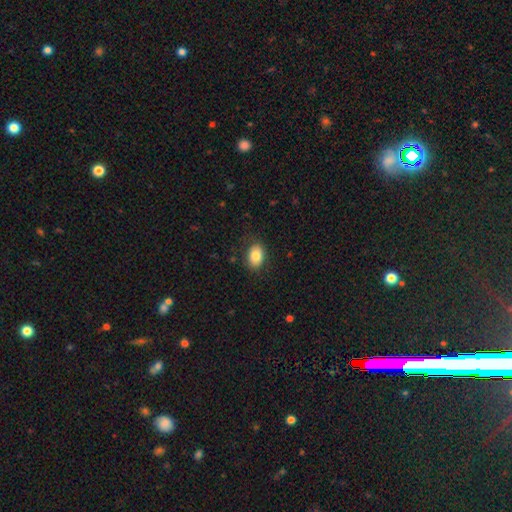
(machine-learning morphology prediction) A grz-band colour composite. It shows a smooth galaxy with no disk features (84%) that is in between round and cigar-shaped (79%). Merging: none (84%).